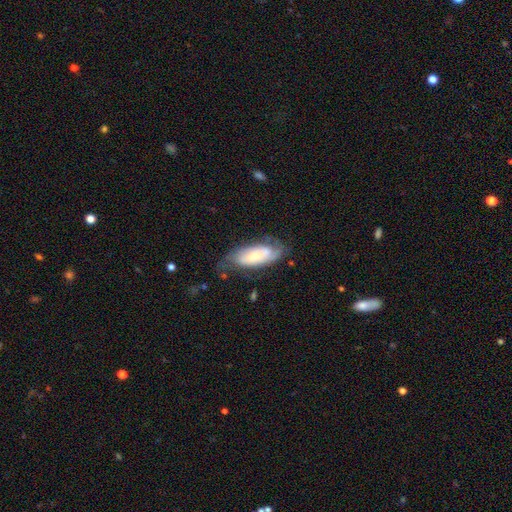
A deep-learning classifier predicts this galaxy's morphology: Smooth or featured: featured or disk — 58% (smooth — 36%)
Edge-on disk: no — 88% (yes — 12%)
Bar: no — 59% (weak — 28%)
Spiral arms: yes — 82% (no — 18%)
Bulge size: small — 45% (moderate — 40%)
Merging: none — 55% (minor disturbance — 27%)